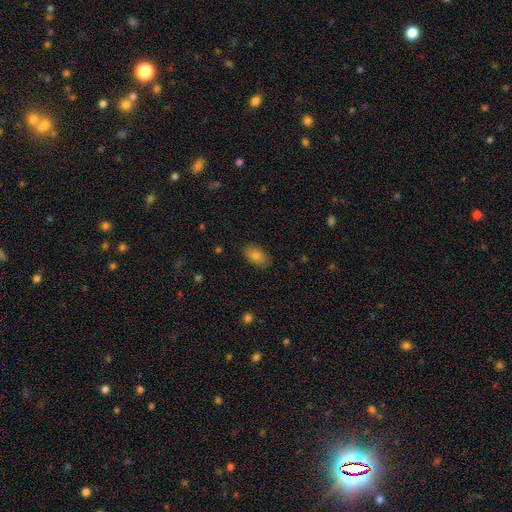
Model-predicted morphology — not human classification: This appears to be a smooth galaxy with no disk features (79%) that is in between round and cigar-shaped (91%). Merging: none (86%).